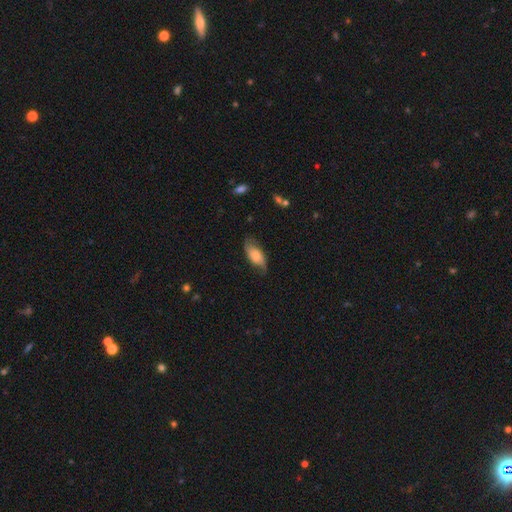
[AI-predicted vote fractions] Q: Smooth or featured?
A: smooth (51%); runner-up: featured or disk (42%)
Q: How rounded?
A: in between (86%); runner-up: cigar-shaped (11%)
Q: Merging?
A: none (68%); runner-up: minor disturbance (24%)